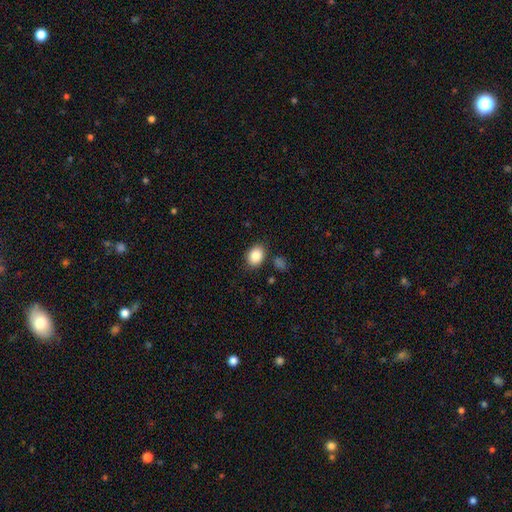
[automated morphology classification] Smooth or featured?
  - smooth: 87% *
  - star or artifact: 8%
  - featured or disk: 5%
How rounded?
  - in between: 64% *
  - round: 35%
  - cigar-shaped: 1%
Merging?
  - none: 83% *
  - minor disturbance: 10%
  - merger: 4%
  - major disturbance: 3%